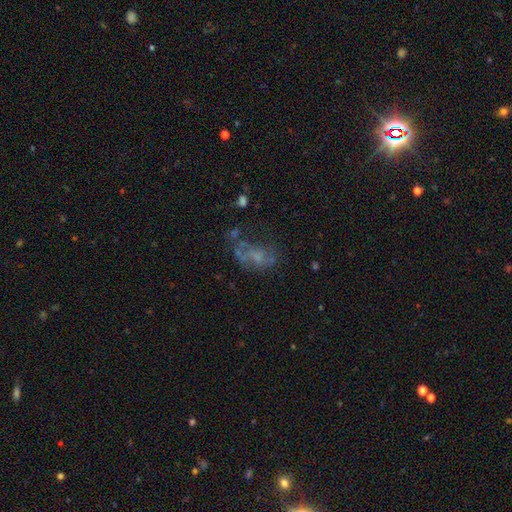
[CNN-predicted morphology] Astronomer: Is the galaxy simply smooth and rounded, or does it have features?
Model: featured or disk — 47% (runner-up: smooth, 33%).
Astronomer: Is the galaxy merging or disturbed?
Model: none — 35% (runner-up: major disturbance, 34%).